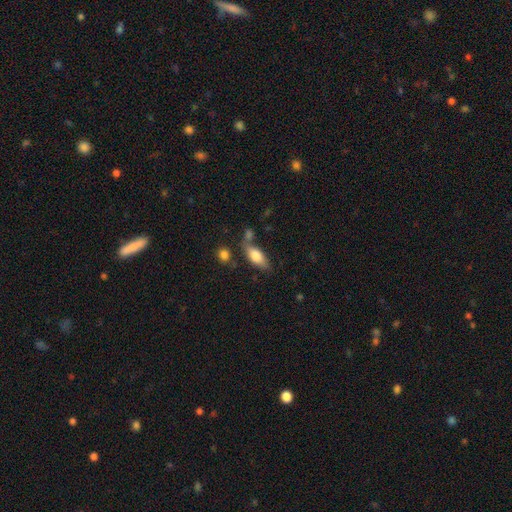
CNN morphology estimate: Q: Smooth or featured?
A: smooth (73%); runner-up: featured or disk (20%)
Q: How rounded?
A: in between (79%); runner-up: cigar-shaped (18%)
Q: Merging?
A: none (61%); runner-up: minor disturbance (18%)